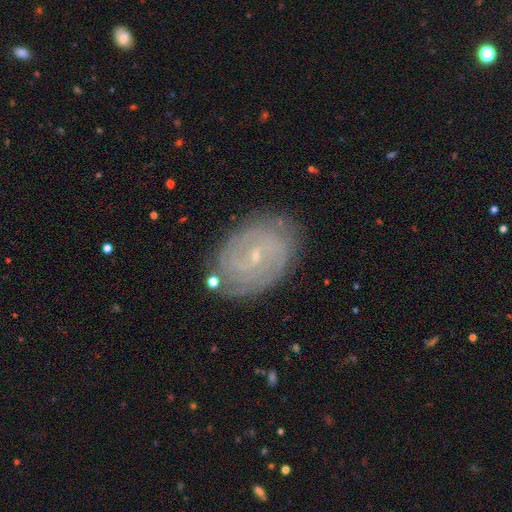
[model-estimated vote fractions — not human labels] Smooth or featured? Predicted: featured or disk (p=0.77). Edge-on disk? Predicted: no (p=0.96). Bar? Predicted: no (p=0.56). Spiral arms? Predicted: yes (p=0.93). Spiral winding? Predicted: tight (p=0.70). Spiral arm count? Predicted: can't tell (p=0.36). Bulge size? Predicted: small (p=0.85). Merging? Predicted: none (p=0.81).